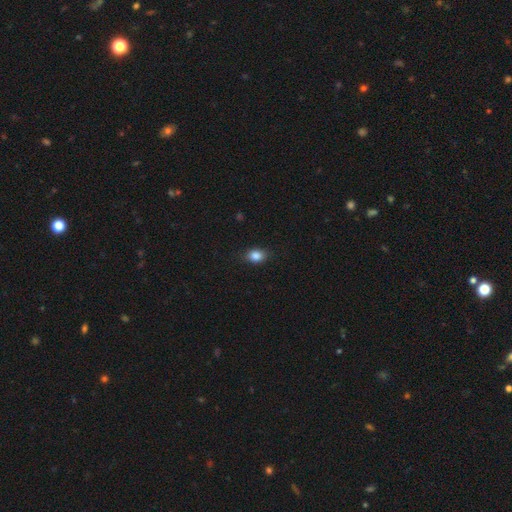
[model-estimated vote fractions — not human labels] smooth_or_featured: smooth (p=0.86) [alt: star or artifact p=0.09]
how_rounded: in between (p=0.64) [alt: round p=0.35]
merging: none (p=0.84) [alt: minor disturbance p=0.13]